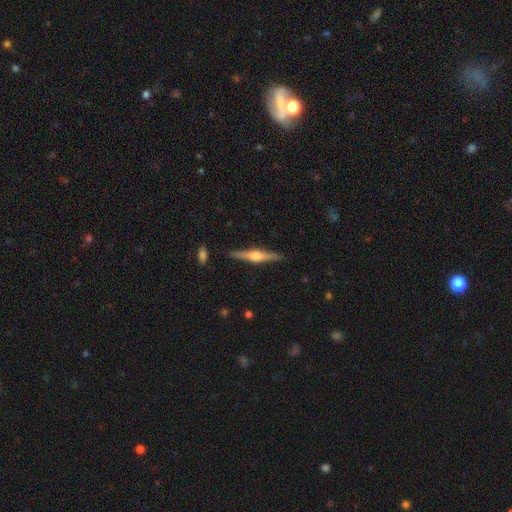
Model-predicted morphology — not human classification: Q: Smooth or featured?
A: featured or disk (74%); runner-up: smooth (21%)
Q: Edge-on disk?
A: yes (98%); runner-up: no (2%)
Q: Edge-on bulge?
A: rounded (92%); runner-up: boxy (5%)
Q: Merging?
A: none (90%); runner-up: minor disturbance (7%)